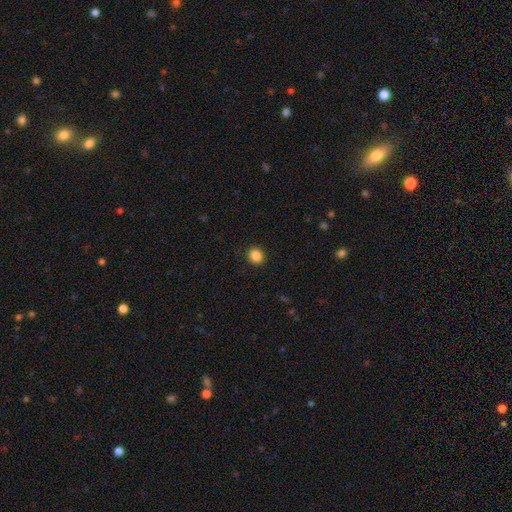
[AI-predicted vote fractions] Smooth or featured: smooth — 86% (star or artifact — 11%)
How rounded: round — 87% (in between — 12%)
Merging: none — 91% (minor disturbance — 6%)